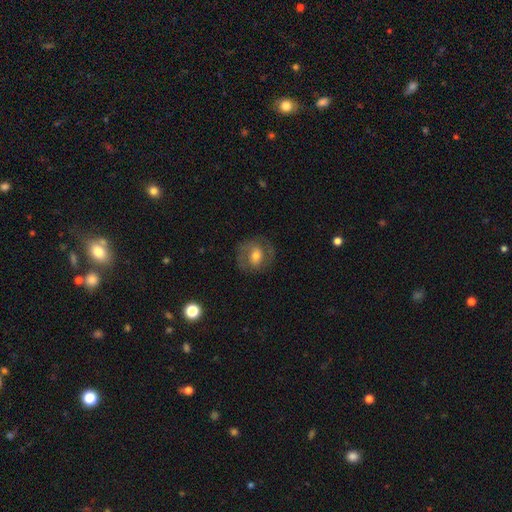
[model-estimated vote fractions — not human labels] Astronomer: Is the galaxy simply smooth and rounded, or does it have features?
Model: featured or disk — 56% (runner-up: smooth, 36%).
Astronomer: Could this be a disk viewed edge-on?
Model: no — 96%.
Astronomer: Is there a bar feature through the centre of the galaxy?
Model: no — 42% (runner-up: weak, 40%).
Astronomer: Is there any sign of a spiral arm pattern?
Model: yes — 70%.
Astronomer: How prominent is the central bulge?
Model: moderate — 65%.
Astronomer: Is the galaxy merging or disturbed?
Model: none — 77%.